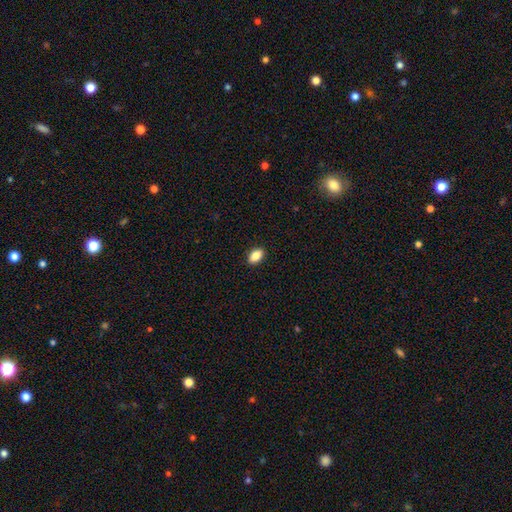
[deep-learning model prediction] This appears to be a smooth galaxy with no disk features (86%) that is in between round and cigar-shaped (89%). Merging: none (90%).